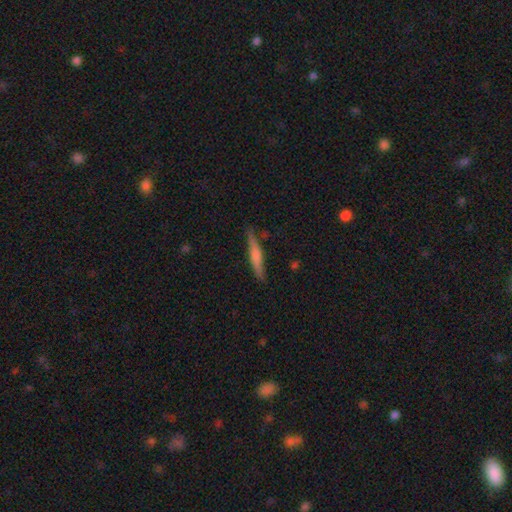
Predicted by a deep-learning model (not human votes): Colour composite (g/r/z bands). It shows a smooth galaxy with no disk features (55%) that is cigar-shaped (92%). Merging: none (83%).